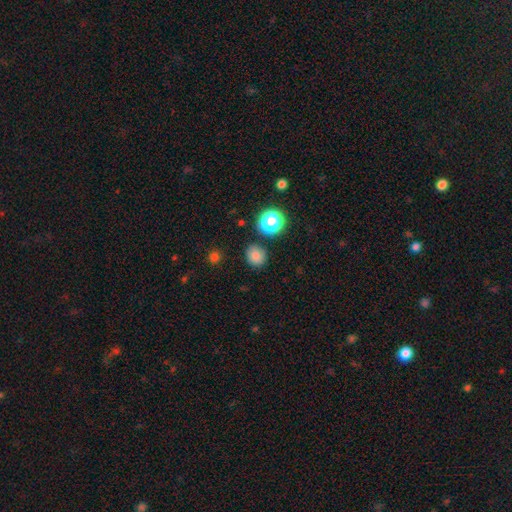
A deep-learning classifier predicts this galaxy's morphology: A smooth galaxy with no disk features (79%) that is round (80%). Merging: none (84%).